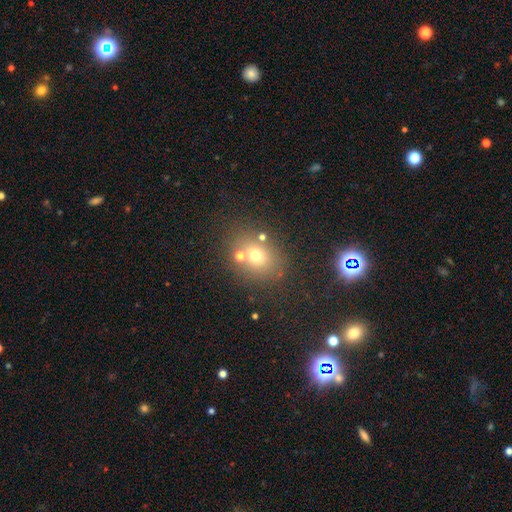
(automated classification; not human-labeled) smooth_or_featured: smooth (p=0.64) [alt: star or artifact p=0.20]
how_rounded: round (p=0.58) [alt: in between p=0.41]
merging: none (p=0.68) [alt: merger p=0.15]